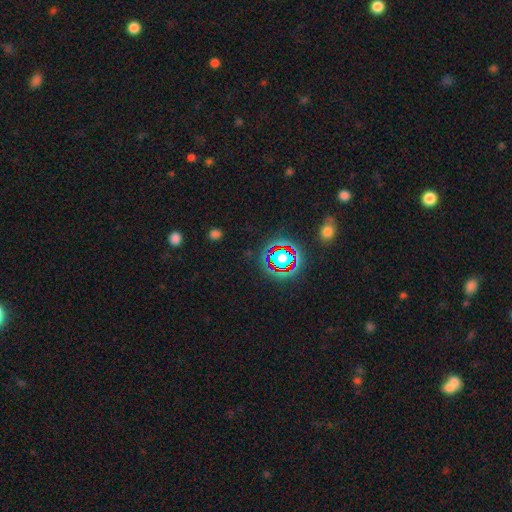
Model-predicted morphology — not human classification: This appears to be a star or artifact, not a galaxy (76%).